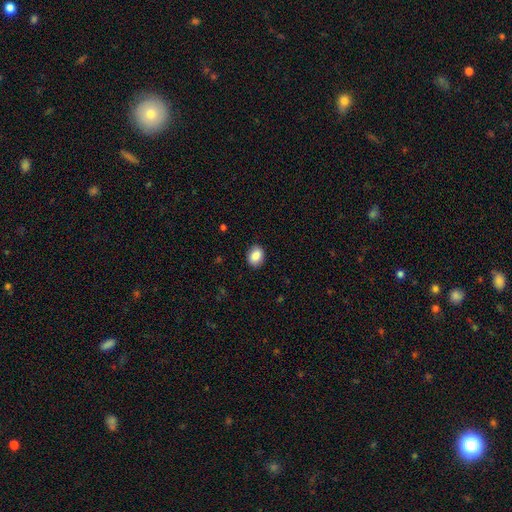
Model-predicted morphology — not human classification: smooth-or-featured: smooth: 88% | star or artifact: 8% | featured or disk: 5%
  how-rounded: in between: 59% | round: 40% | cigar-shaped: 1%
  merging: none: 87% | minor disturbance: 10% | major disturbance: 2% | merger: 1%